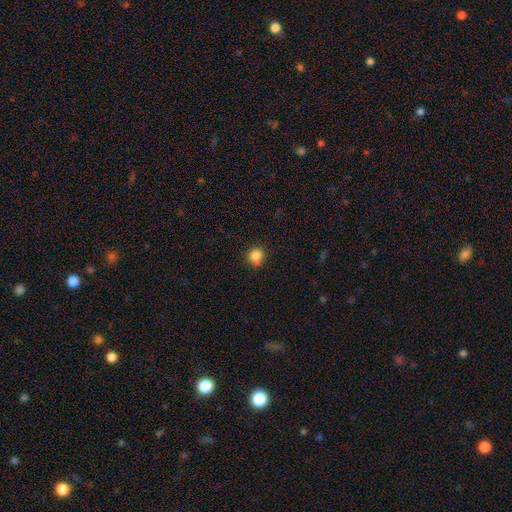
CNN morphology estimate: A smooth galaxy with no disk features (85%) that is round (86%).

Vote fractions:
- Smooth or featured? smooth: 85% / star or artifact: 11% / featured or disk: 4%
- How rounded? round: 86% / in between: 13% / cigar-shaped: 1%
- Merging? none: 80% / minor disturbance: 15% / major disturbance: 3% / merger: 1%